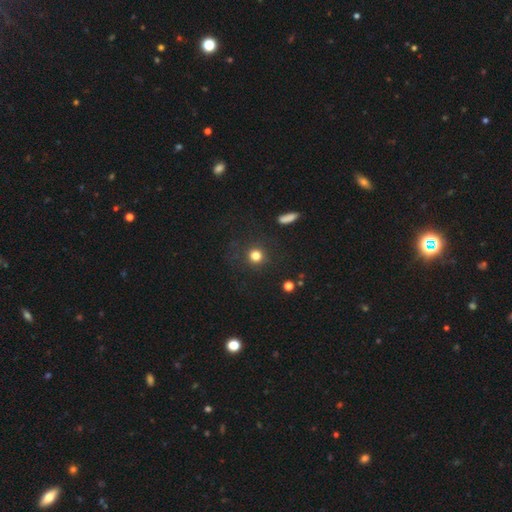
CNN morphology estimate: type=smooth (80%); roundness=round (92%); merging=none (84%).